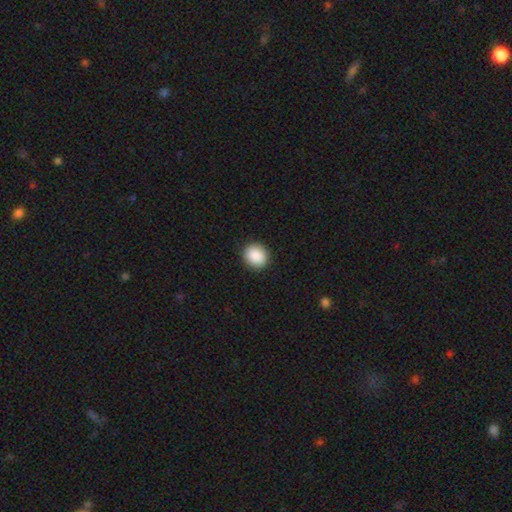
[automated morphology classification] Overall: smooth (90%). How rounded: round (79%). Merging: none (91%).